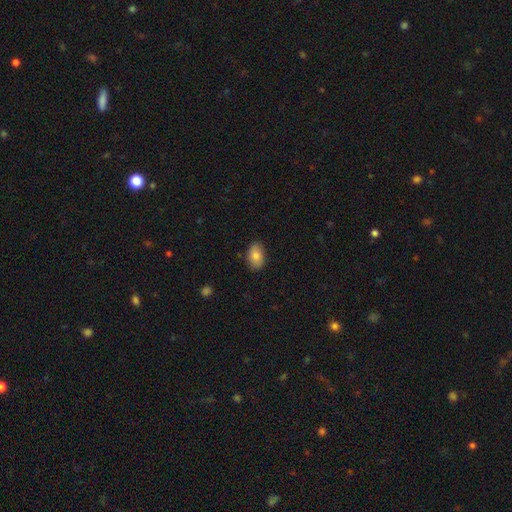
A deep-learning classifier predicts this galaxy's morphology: smooth-or-featured: smooth: 83% | featured or disk: 10% | star or artifact: 7%
  how-rounded: in between: 89% | round: 10% | cigar-shaped: 1%
  merging: none: 86% | minor disturbance: 11% | major disturbance: 2% | merger: 1%